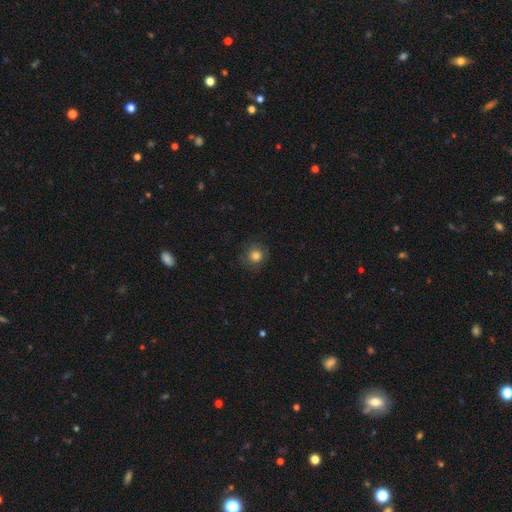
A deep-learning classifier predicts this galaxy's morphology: Q: Smooth or featured?
A: smooth (77%); runner-up: star or artifact (11%)
Q: How rounded?
A: round (92%); runner-up: in between (7%)
Q: Merging?
A: none (83%); runner-up: minor disturbance (11%)